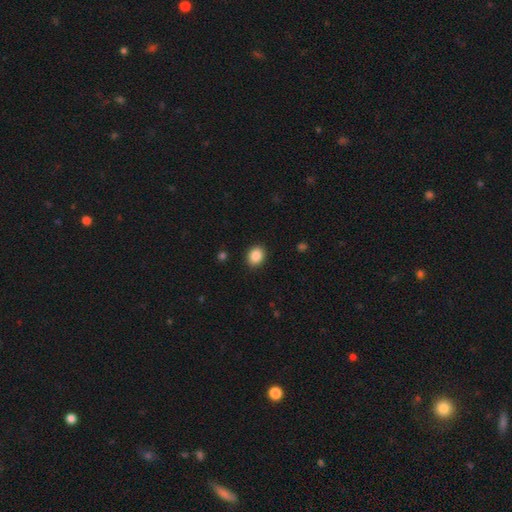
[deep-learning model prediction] Smooth or featured? smooth (89%)
How rounded? in between (57%)
Merging? none (90%)